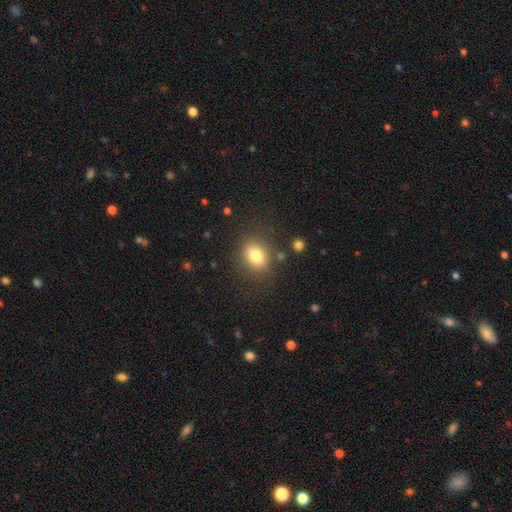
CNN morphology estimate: This appears to be a smooth galaxy with no disk features (77%) that is in between round and cigar-shaped (56%). Merging: none (81%).